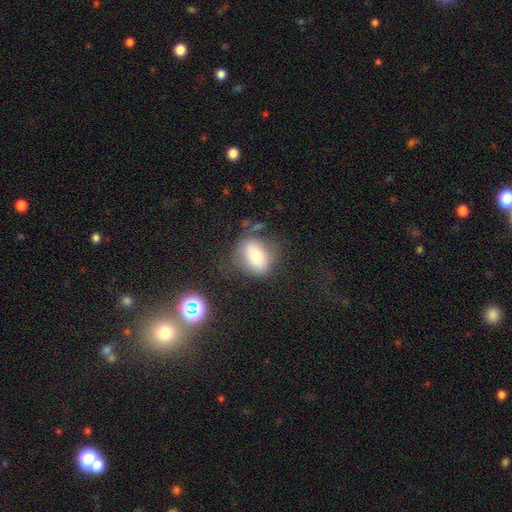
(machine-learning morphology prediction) smooth_or_featured: smooth (p=0.68) [alt: featured or disk p=0.22]
how_rounded: in between (p=0.63) [alt: round p=0.36]
merging: none (p=0.60) [alt: minor disturbance p=0.21]